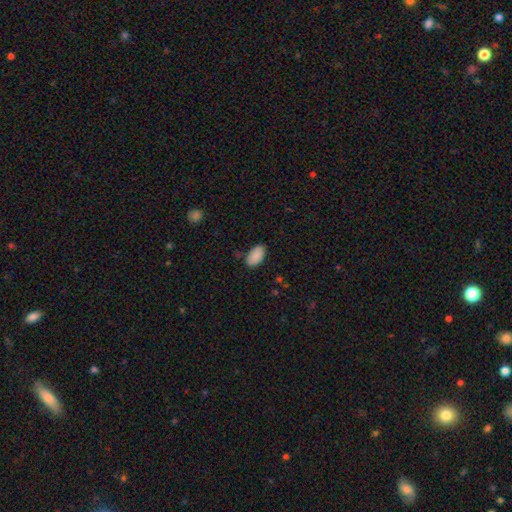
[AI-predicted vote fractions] smooth-or-featured: smooth: 89% | star or artifact: 7% | featured or disk: 4%
  how-rounded: in between: 95% | round: 4% | cigar-shaped: 1%
  merging: none: 79% | minor disturbance: 15% | major disturbance: 3% | merger: 2%